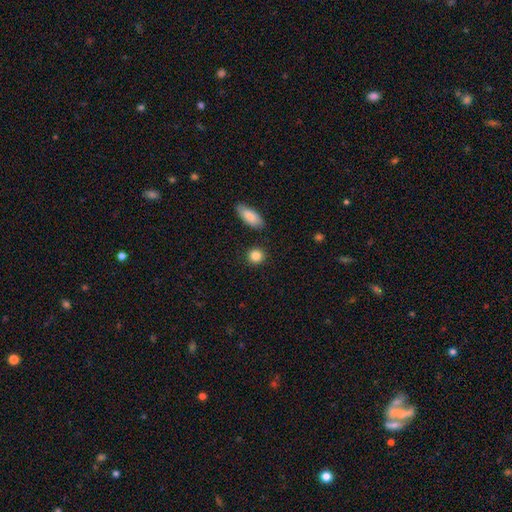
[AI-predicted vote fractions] Smooth or featured? Predicted: smooth (p=0.86). How rounded? Predicted: round (p=0.85). Merging? Predicted: none (p=0.88).